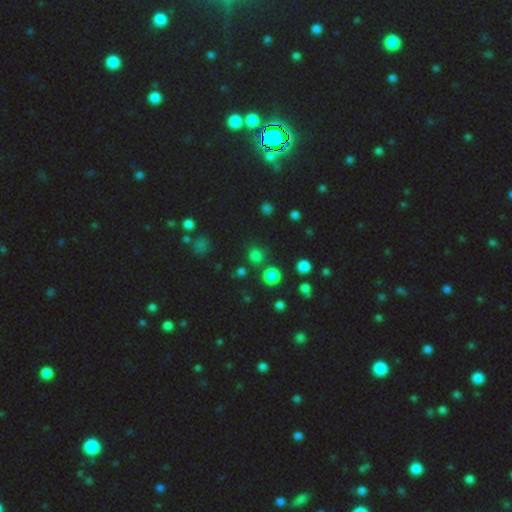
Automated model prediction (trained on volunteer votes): Smooth or featured?
  - smooth: 74% *
  - star or artifact: 22%
  - featured or disk: 5%
How rounded?
  - round: 86% *
  - in between: 13%
  - cigar-shaped: 1%
Merging?
  - none: 79% *
  - minor disturbance: 9%
  - merger: 8%
  - major disturbance: 4%